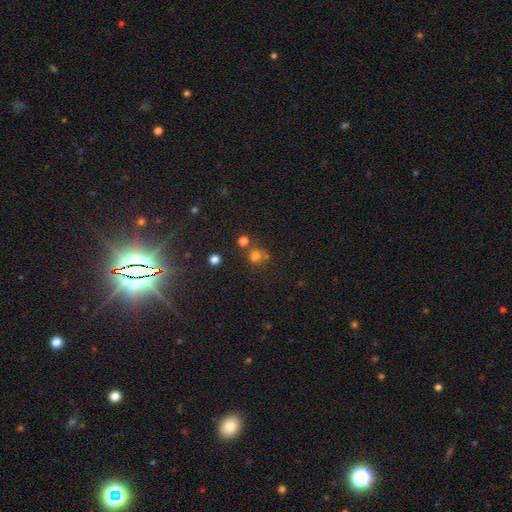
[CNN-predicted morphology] Smooth or featured: smooth — 69% (star or artifact — 23%)
How rounded: round — 86% (in between — 13%)
Merging: none — 62% (merger — 23%)